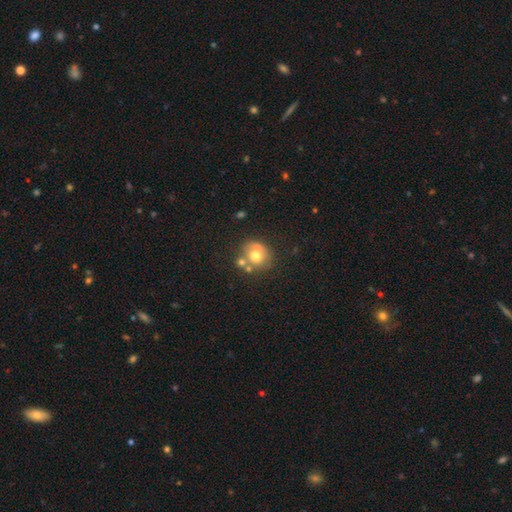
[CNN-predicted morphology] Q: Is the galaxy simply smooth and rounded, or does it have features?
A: smooth — 62%.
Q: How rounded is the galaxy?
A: round — 73%.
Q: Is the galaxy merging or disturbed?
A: none — 46%.